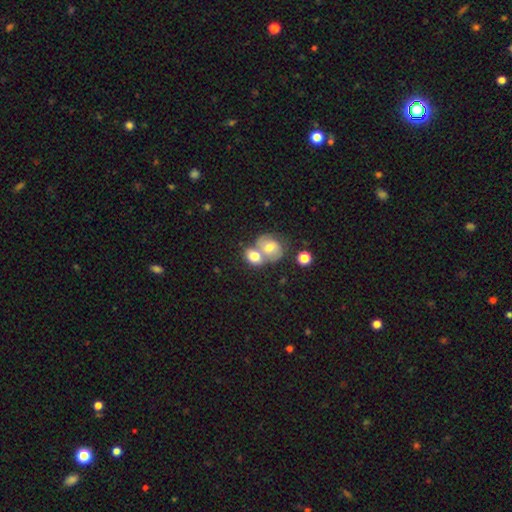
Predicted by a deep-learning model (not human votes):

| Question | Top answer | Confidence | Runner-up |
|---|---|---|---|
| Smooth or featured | smooth | 65% | featured or disk (27%) |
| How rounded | in between | 52% | round (47%) |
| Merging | merger | 62% | none (25%) |